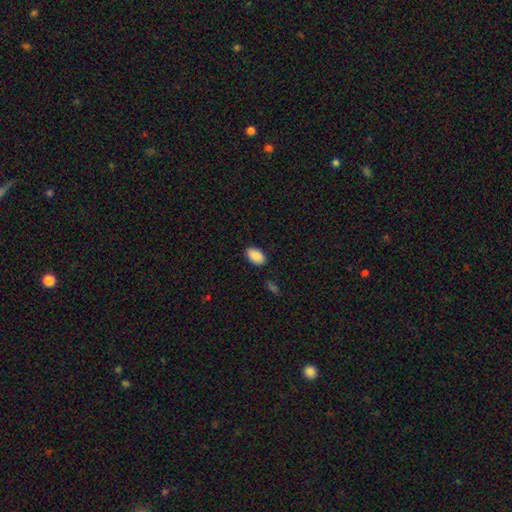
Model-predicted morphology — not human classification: Smooth or featured? Predicted: smooth (p=0.90). How rounded? Predicted: in between (p=0.93). Merging? Predicted: none (p=0.86).